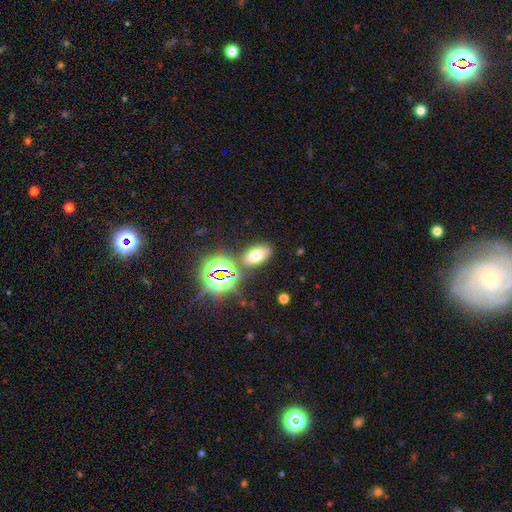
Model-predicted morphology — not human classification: Q: Smooth or featured?
A: smooth (61%); runner-up: star or artifact (27%)
Q: How rounded?
A: in between (87%); runner-up: round (10%)
Q: Merging?
A: none (82%); runner-up: minor disturbance (9%)